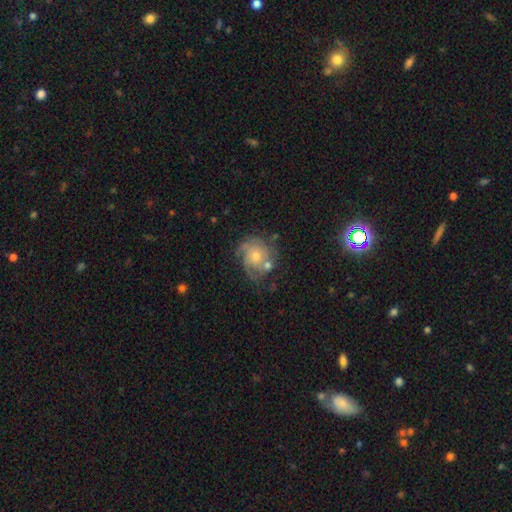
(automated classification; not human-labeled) Smooth or featured?
  - featured or disk: 69% *
  - smooth: 21%
  - star or artifact: 10%
Edge-on disk?
  - no: 98% *
  - yes: 2%
Bar?
  - no: 80% *
  - weak: 17%
  - strong: 3%
Spiral arms?
  - yes: 88% *
  - no: 12%
Spiral winding?
  - tight: 54% *
  - medium: 34%
  - loose: 12%
Spiral arm count?
  - can't tell: 34% *
  - 3: 28%
  - 2: 18%
  - 4: 9%
  - 1: 6%
  - more than 4: 5%
Bulge size?
  - moderate: 48% *
  - small: 46%
  - large: 3%
  - none: 2%
  - dominant: 1%
Merging?
  - none: 59% *
  - minor disturbance: 21%
  - major disturbance: 12%
  - merger: 9%